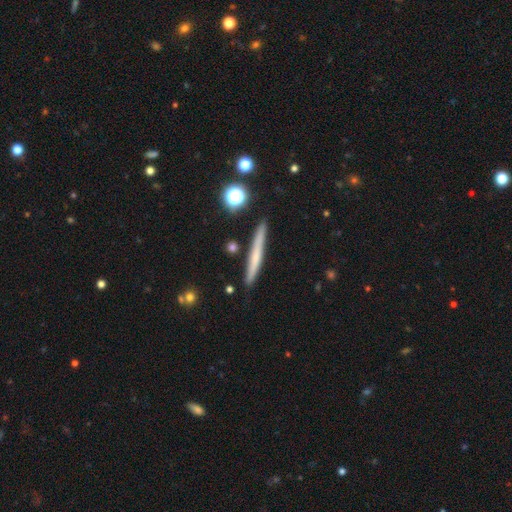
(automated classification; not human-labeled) smooth-or-featured: smooth: 53% | featured or disk: 39% | star or artifact: 8%
  how-rounded: cigar-shaped: 96% | in between: 2% | round: 2%
  merging: none: 89% | minor disturbance: 8% | merger: 2% | major disturbance: 2%